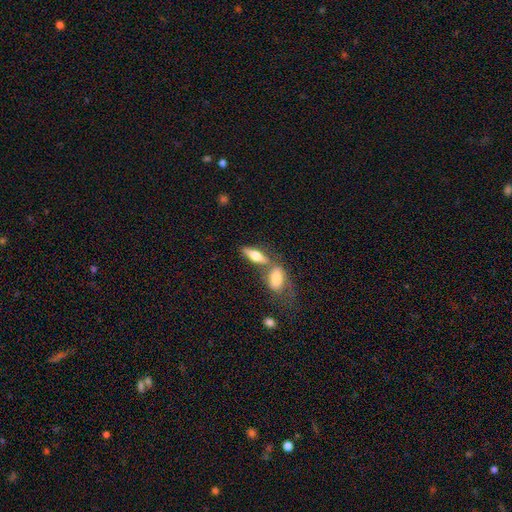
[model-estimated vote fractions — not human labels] Overall: smooth (51%; featured or disk 42%). How rounded: in between (57%; cigar-shaped 39%). Merging: none (50%; merger 34%).